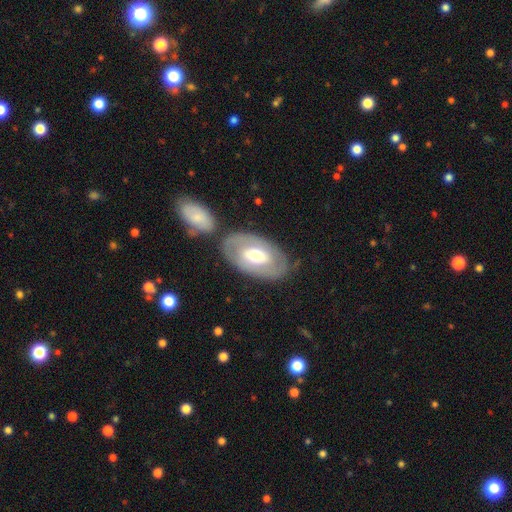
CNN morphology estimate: smooth_or_featured: featured or disk (p=0.57) [alt: smooth p=0.38]
disk_edge_on: no (p=0.91) [alt: yes p=0.09]
bar: no (p=0.56) [alt: weak p=0.29]
has_spiral_arms: no (p=0.65) [alt: yes p=0.35]
bulge_size: moderate (p=0.68) [alt: large p=0.17]
merging: none (p=0.73) [alt: minor disturbance p=0.13]